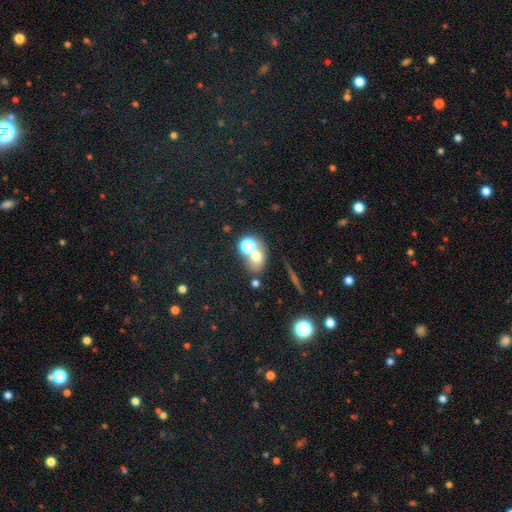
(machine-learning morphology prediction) The model was most divided on "merging": none: 45%, merger: 41%, minor disturbance: 9%, major disturbance: 6%. More confident: smooth or featured — smooth (64%); how rounded — round (52%).